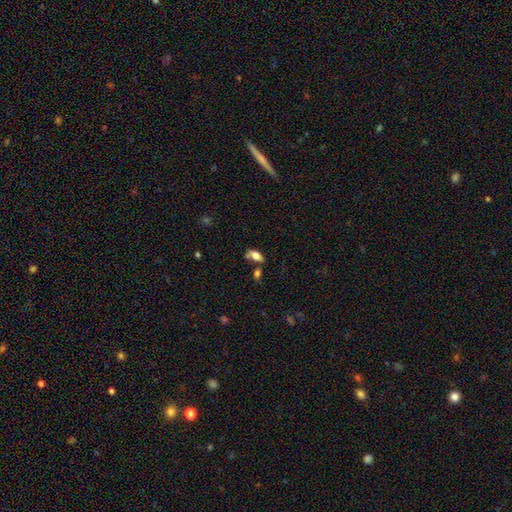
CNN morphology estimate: The model was most divided on "merging": none: 54%, merger: 21%, minor disturbance: 18%, major disturbance: 7%. More confident: how rounded — in between (86%); smooth or featured — smooth (70%).